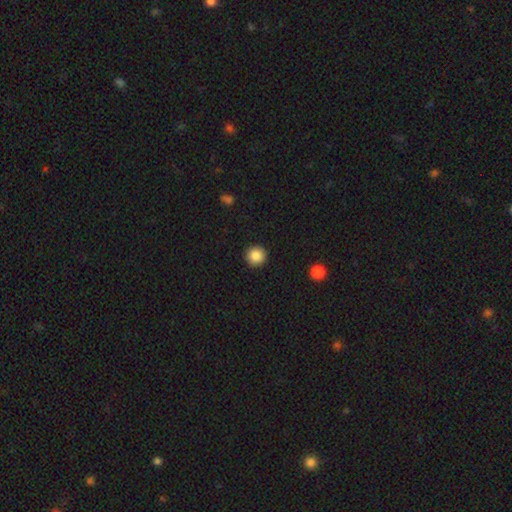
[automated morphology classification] Q: Smooth or featured?
A: smooth (87%); runner-up: star or artifact (10%)
Q: How rounded?
A: round (95%); runner-up: in between (4%)
Q: Merging?
A: none (92%); runner-up: minor disturbance (5%)